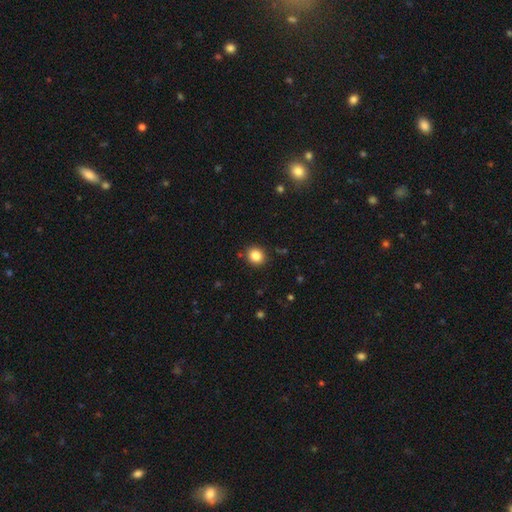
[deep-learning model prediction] smooth-or-featured: smooth: 84% | star or artifact: 11% | featured or disk: 5%
  how-rounded: round: 84% | in between: 15% | cigar-shaped: 1%
  merging: none: 89% | minor disturbance: 7% | major disturbance: 2% | merger: 2%